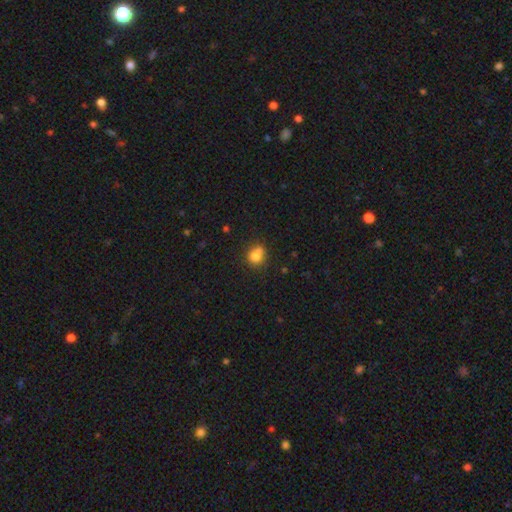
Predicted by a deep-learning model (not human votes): This appears to be a smooth galaxy with no disk features (77%) that is round (77%). Merging: none (49%).